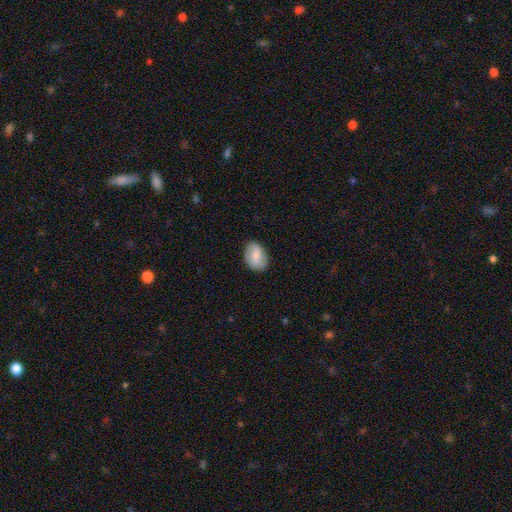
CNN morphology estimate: This is likely a smooth galaxy (68%). How rounded: likely in between (79%). Merging: clearly none (81%).